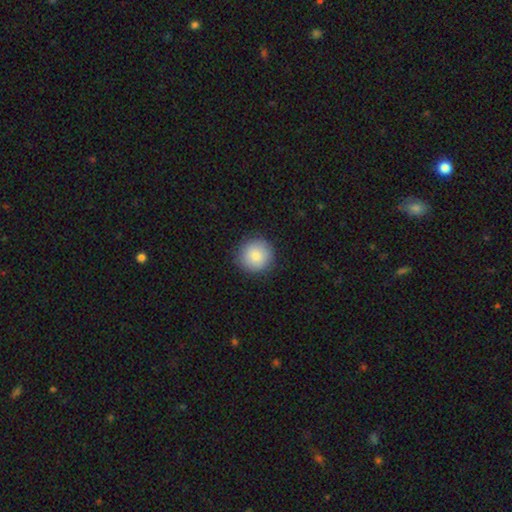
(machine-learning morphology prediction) Smooth or featured?
  - smooth: 85% *
  - star or artifact: 8%
  - featured or disk: 7%
How rounded?
  - round: 94% *
  - in between: 5%
  - cigar-shaped: 1%
Merging?
  - none: 89% *
  - minor disturbance: 8%
  - major disturbance: 2%
  - merger: 1%